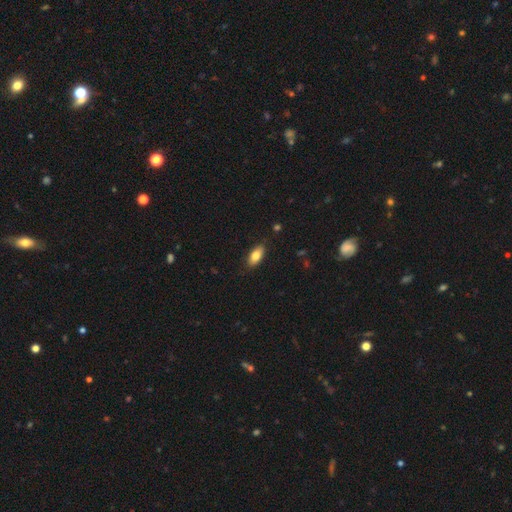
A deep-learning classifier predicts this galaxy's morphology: A smooth galaxy with no disk features (80%) that is in between round and cigar-shaped (87%).

Vote fractions:
- Smooth or featured? smooth: 80% / featured or disk: 13% / star or artifact: 7%
- How rounded? in between: 87% / cigar-shaped: 10% / round: 3%
- Merging? none: 85% / minor disturbance: 12% / major disturbance: 2% / merger: 1%